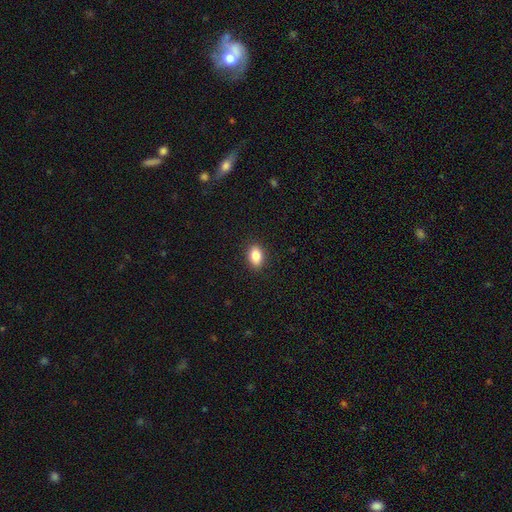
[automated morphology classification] This appears to be a smooth galaxy with no disk features (85%) that is in between round and cigar-shaped (84%). Merging: none (90%).